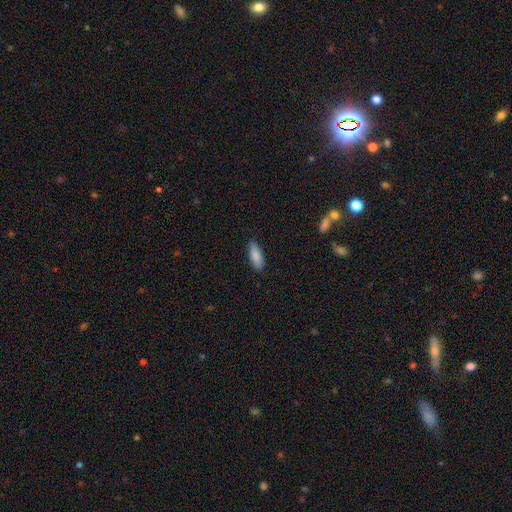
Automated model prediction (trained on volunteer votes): smooth-or-featured: smooth: 87% | featured or disk: 7% | star or artifact: 6%
  how-rounded: in between: 63% | cigar-shaped: 35% | round: 2%
  merging: none: 87% | minor disturbance: 10% | major disturbance: 2% | merger: 1%